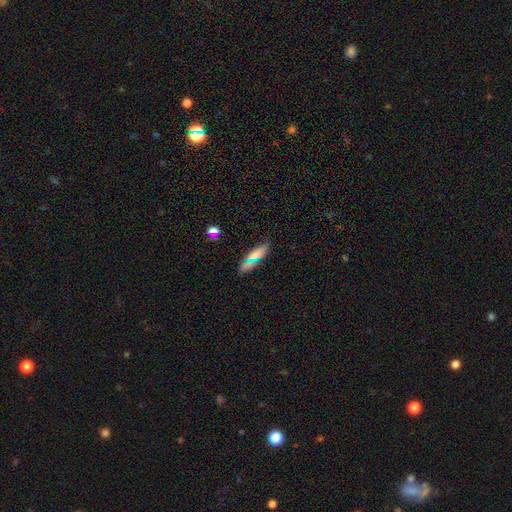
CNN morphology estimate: This appears to be a smooth galaxy with no disk features (67%) that is cigar-shaped (54%). Merging: none (75%).